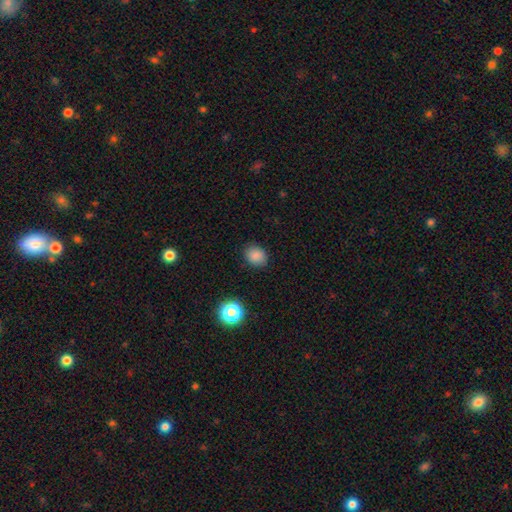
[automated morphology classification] This appears to be a smooth galaxy with no disk features (84%) that is round (54%). Merging: none (85%).